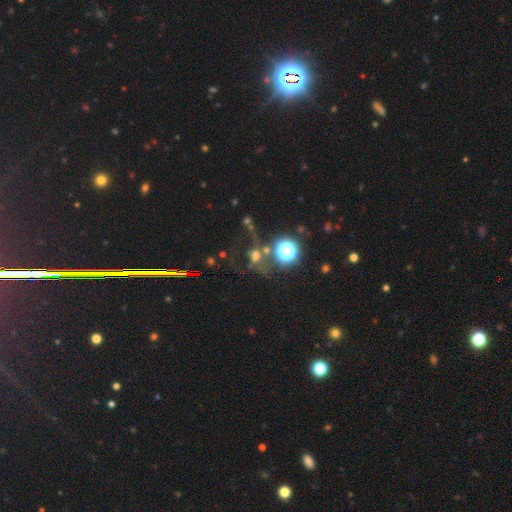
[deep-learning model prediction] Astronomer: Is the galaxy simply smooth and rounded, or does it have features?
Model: smooth — 40% (runner-up: star or artifact, 36%).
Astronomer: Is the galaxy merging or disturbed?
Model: none — 44% (runner-up: major disturbance, 24%).